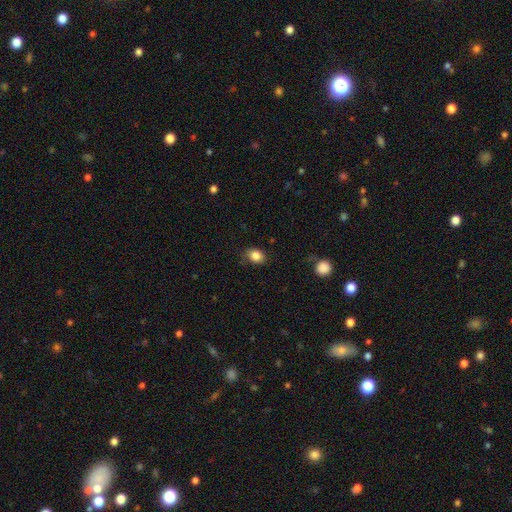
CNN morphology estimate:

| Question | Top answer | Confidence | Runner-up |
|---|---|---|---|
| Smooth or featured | smooth | 85% | star or artifact (9%) |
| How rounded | in between | 55% | round (43%) |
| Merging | none | 76% | minor disturbance (19%) |